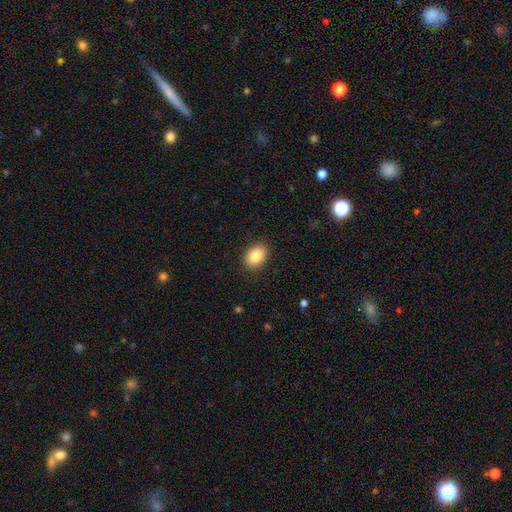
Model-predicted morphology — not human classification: Smooth or featured: smooth — 85% (star or artifact — 8%)
How rounded: in between — 78% (round — 21%)
Merging: none — 88% (minor disturbance — 9%)